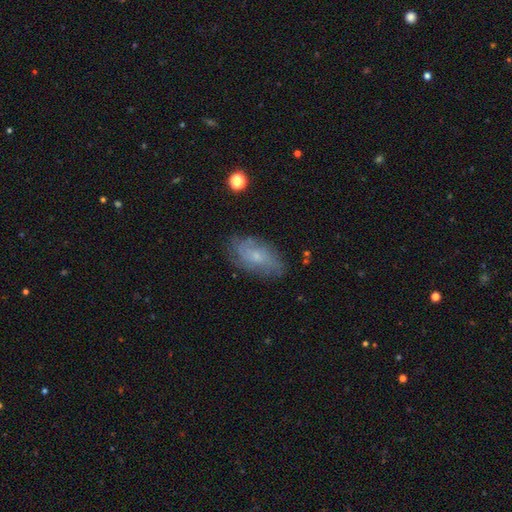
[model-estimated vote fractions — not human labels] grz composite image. It shows a featured or disk galaxy (54%) with no bar (77%), spiral arms (78%) and a small central bulge (69%). Merging: none (73%).